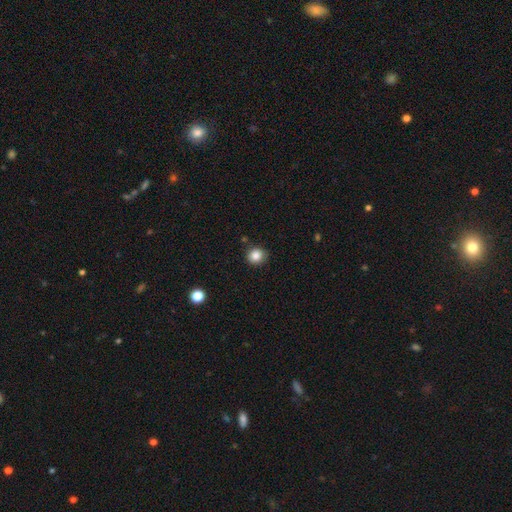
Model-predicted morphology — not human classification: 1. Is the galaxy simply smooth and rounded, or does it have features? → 85% smooth, 10% star or artifact, 4% featured or disk.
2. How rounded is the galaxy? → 84% round, 15% in between, 1% cigar-shaped.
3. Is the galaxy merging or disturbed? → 83% none, 11% minor disturbance, 3% merger, 2% major disturbance.